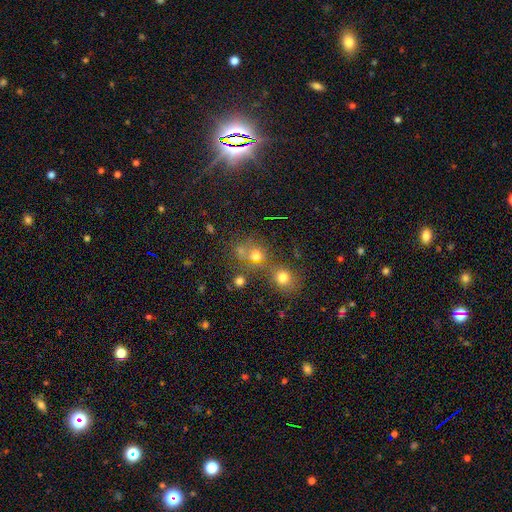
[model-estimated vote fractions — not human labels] Overall: smooth (63%; star or artifact 25%). How rounded: round (73%). Merging: none (46%; merger 36%).